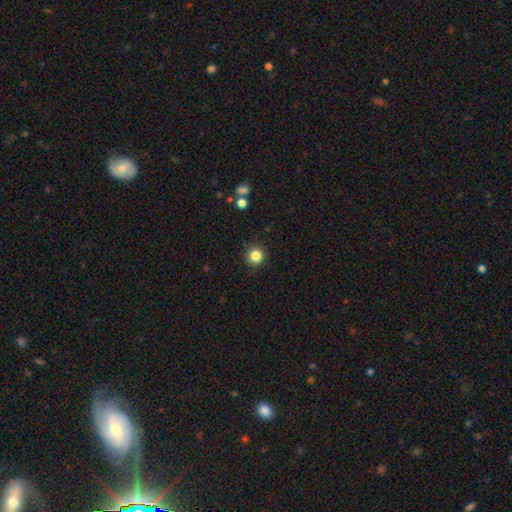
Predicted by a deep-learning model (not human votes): Overall: smooth (85%). How rounded: round (94%). Merging: none (91%).